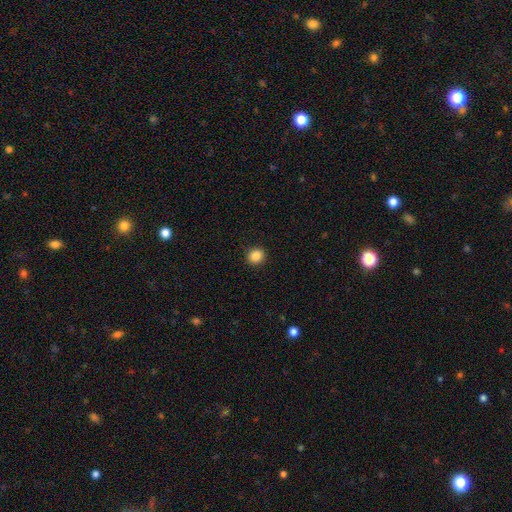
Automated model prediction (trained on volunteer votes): This appears to be a smooth galaxy with no disk features (87%) that is round (88%). Merging: none (92%).